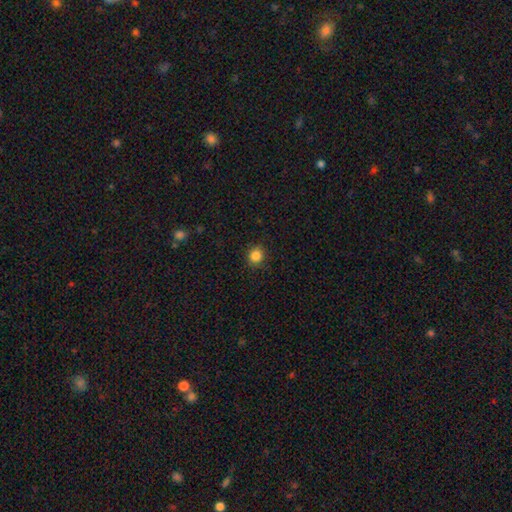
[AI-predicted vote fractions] This appears to be a smooth galaxy with no disk features (85%) that is round (88%). Merging: none (90%).